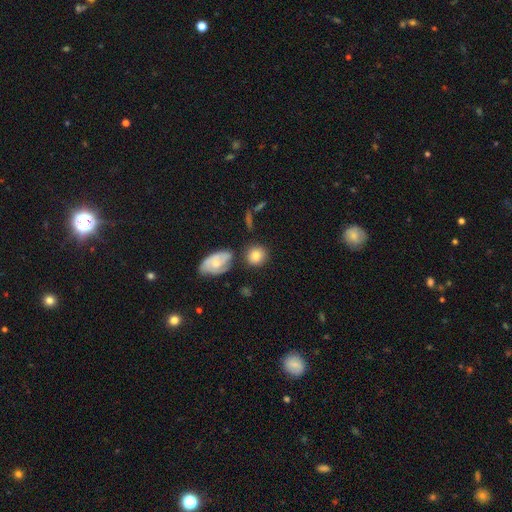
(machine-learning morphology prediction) smooth_or_featured: smooth (p=0.79) [alt: featured or disk p=0.14]
how_rounded: round (p=0.81) [alt: in between p=0.17]
merging: none (p=0.72) [alt: minor disturbance p=0.13]